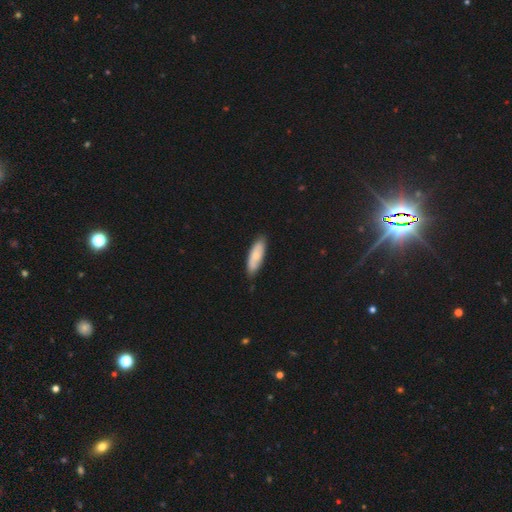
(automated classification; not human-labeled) A smooth galaxy with no disk features (69%) that is in between round and cigar-shaped (58%).

Vote fractions:
- Smooth or featured? smooth: 69% / featured or disk: 26% / star or artifact: 5%
- How rounded? in between: 58% / cigar-shaped: 40% / round: 2%
- Merging? none: 82% / minor disturbance: 15% / major disturbance: 2% / merger: 1%